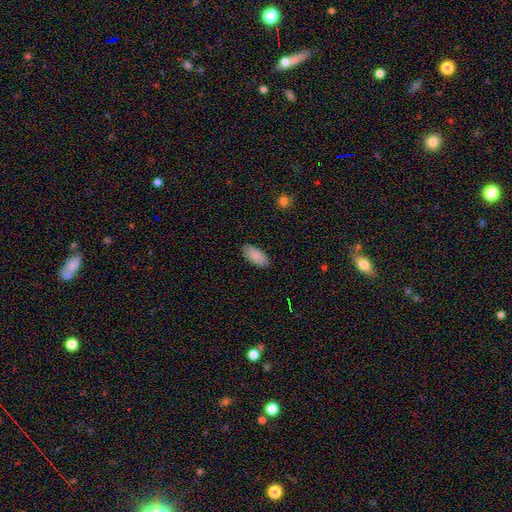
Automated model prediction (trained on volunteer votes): Smooth or featured?
  - smooth: 88% *
  - star or artifact: 6%
  - featured or disk: 6%
How rounded?
  - in between: 93% *
  - cigar-shaped: 5%
  - round: 2%
Merging?
  - none: 86% *
  - minor disturbance: 11%
  - major disturbance: 2%
  - merger: 1%